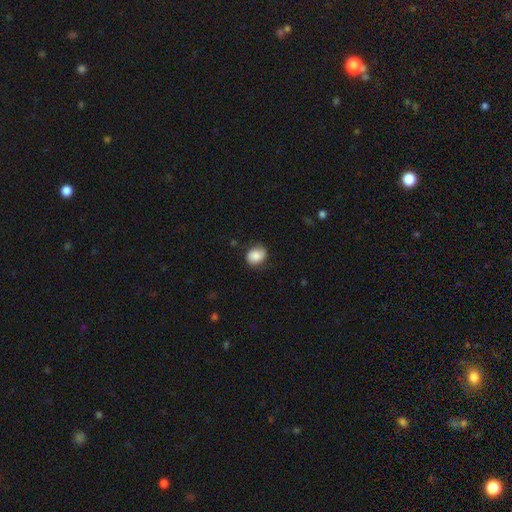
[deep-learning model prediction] smooth 82%, featured or disk 10%, star or artifact 8%. Down the decision tree: how rounded — in between (51%); merging — none (72%).